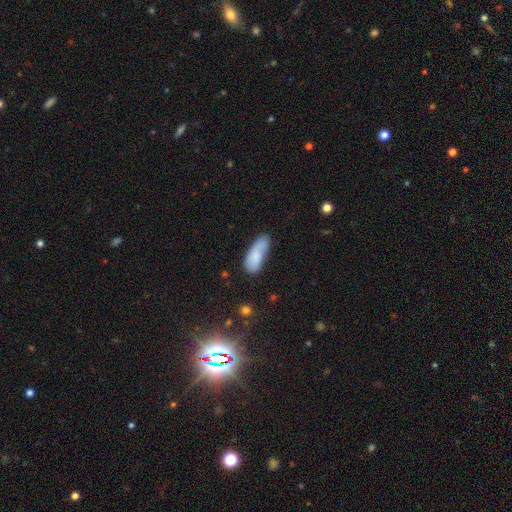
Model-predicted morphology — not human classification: A smooth galaxy with no disk features (76%) that is in between round and cigar-shaped (73%).

Vote fractions:
- Smooth or featured? smooth: 76% / featured or disk: 17% / star or artifact: 7%
- How rounded? in between: 73% / cigar-shaped: 25% / round: 2%
- Merging? none: 47% / minor disturbance: 30% / merger: 12% / major disturbance: 11%